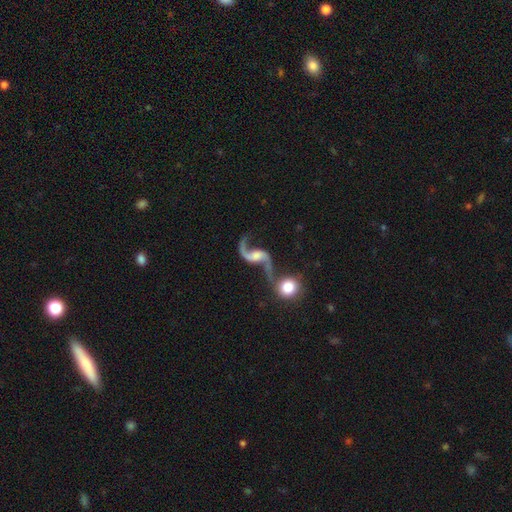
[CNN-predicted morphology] Smooth or featured? featured or disk (90%)
Edge-on disk? no (97%)
Bar? no (45%)
Spiral arms? yes (97%)
Spiral winding? loose (85%)
Spiral arm count? 2 (93%)
Bulge size? moderate (31%)
Merging? none (50%)